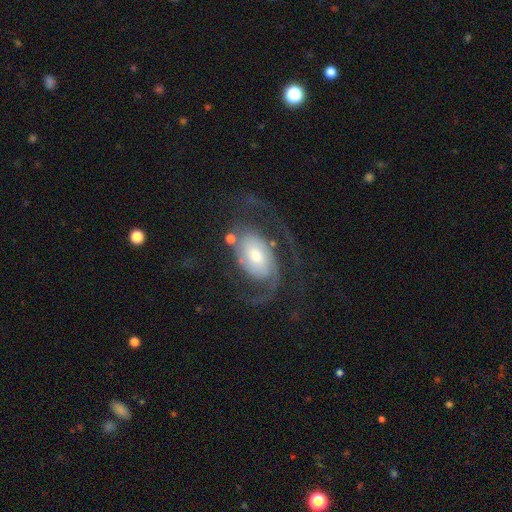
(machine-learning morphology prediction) Q: Smooth or featured?
A: featured or disk (82%); runner-up: smooth (12%)
Q: Edge-on disk?
A: no (96%); runner-up: yes (4%)
Q: Bar?
A: no (55%); runner-up: weak (34%)
Q: Spiral arms?
A: yes (95%); runner-up: no (5%)
Q: Spiral winding?
A: medium (43%); runner-up: loose (36%)
Q: Spiral arm count?
A: 2 (81%); runner-up: can't tell (6%)
Q: Bulge size?
A: moderate (48%); runner-up: small (28%)
Q: Merging?
A: none (57%); runner-up: major disturbance (24%)